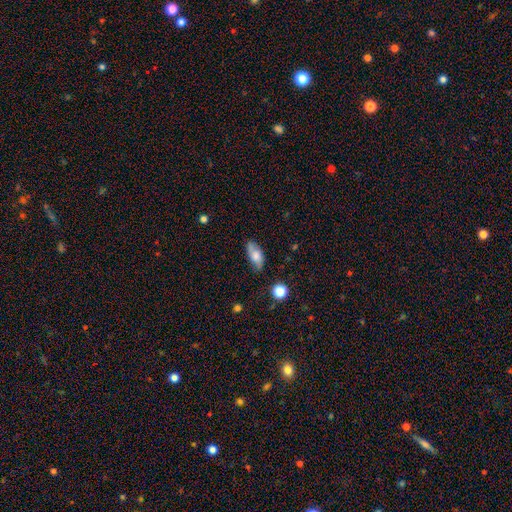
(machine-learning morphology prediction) A smooth galaxy with no disk features (68%) that is in between round and cigar-shaped (84%). Merging: none (69%).